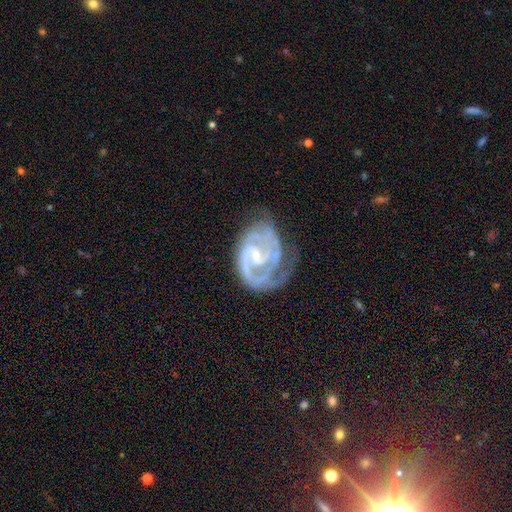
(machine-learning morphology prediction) The model was most divided on "bar": weak: 45%, no: 41%, strong: 15%. Remaining: edge-on disk — no (98%); spiral arms — yes (97%); smooth or featured — featured or disk (90%); bulge size — small (72%); spiral arm count — 2 (55%); spiral winding — tight (54%); merging — none (50%).